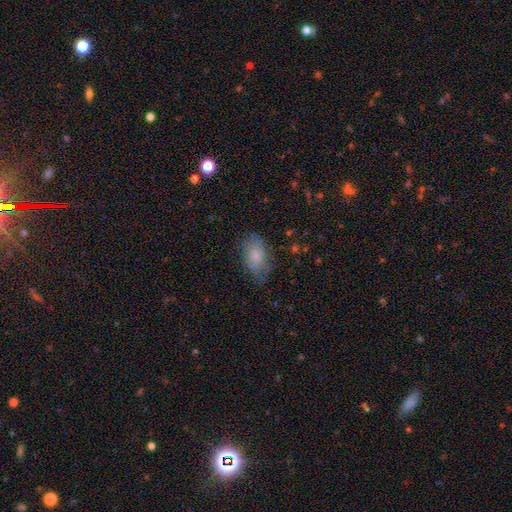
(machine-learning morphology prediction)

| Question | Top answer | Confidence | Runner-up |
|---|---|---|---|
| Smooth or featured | smooth | 78% | featured or disk (15%) |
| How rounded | in between | 89% | round (9%) |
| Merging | none | 65% | minor disturbance (25%) |